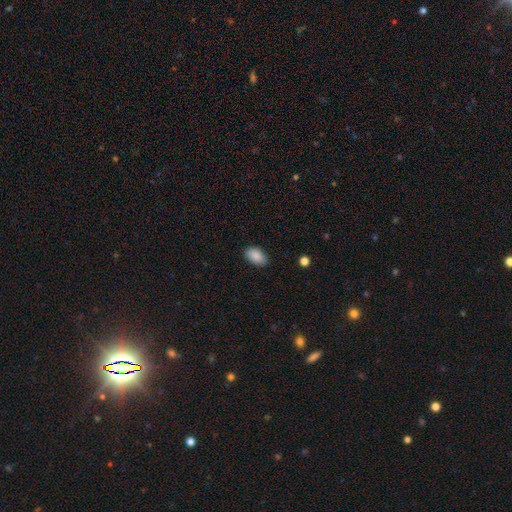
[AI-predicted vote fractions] Smooth or featured? Predicted: smooth (p=0.89). How rounded? Predicted: in between (p=0.92). Merging? Predicted: none (p=0.86).